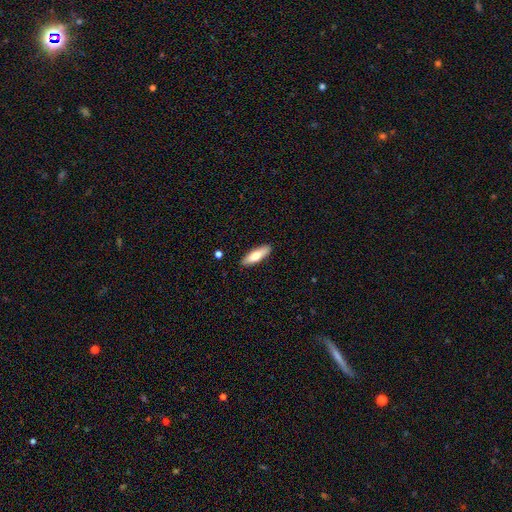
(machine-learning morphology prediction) Smooth or featured? Predicted: smooth (p=0.70). How rounded? Predicted: in between (p=0.51). Merging? Predicted: none (p=0.89).